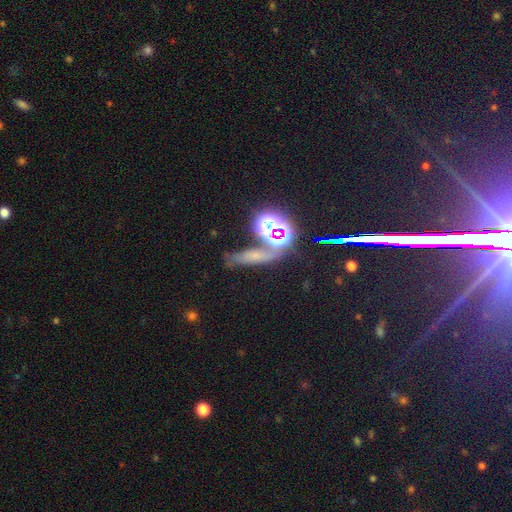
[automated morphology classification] smooth_or_featured: smooth (p=0.41) [alt: star or artifact p=0.40]
merging: none (p=0.55) [alt: merger p=0.18]